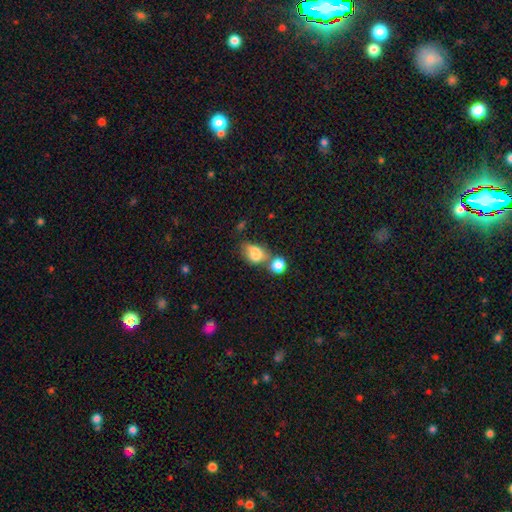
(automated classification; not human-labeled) Overall: smooth (78%). How rounded: in between (73%). Merging: merger (45%; none 30%).